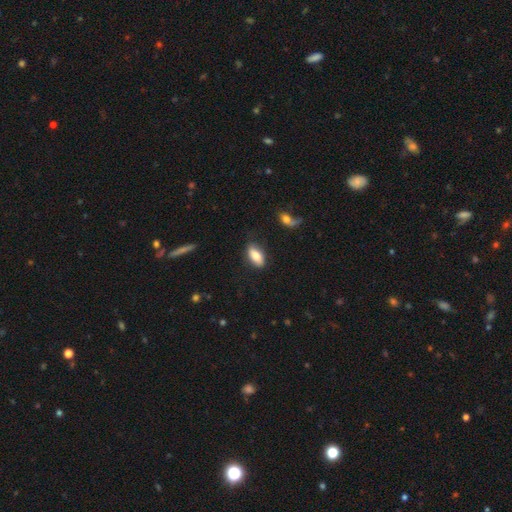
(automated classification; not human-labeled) smooth-or-featured: smooth: 77% | featured or disk: 17% | star or artifact: 6%
  how-rounded: in between: 88% | cigar-shaped: 9% | round: 3%
  merging: none: 79% | minor disturbance: 14% | major disturbance: 4% | merger: 3%